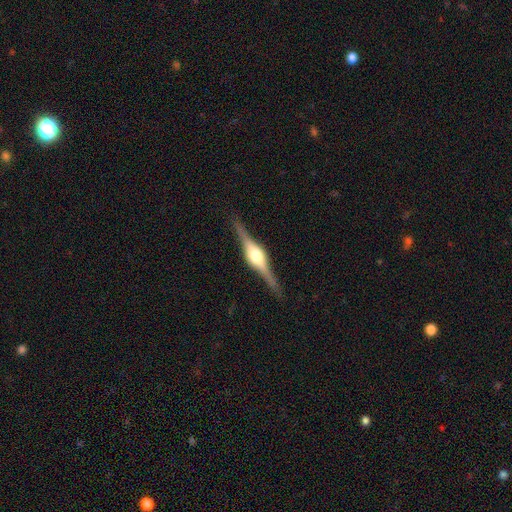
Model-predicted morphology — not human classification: type=featured or disk (86%); edge-on=yes (98%); edge-on bulge=rounded (88%); merging=none (89%).